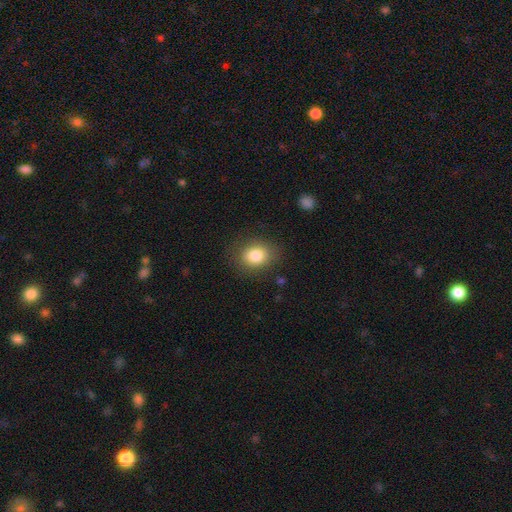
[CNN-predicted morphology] Smooth or featured? Predicted: smooth (p=0.82). How rounded? Predicted: in between (p=0.51). Merging? Predicted: none (p=0.83).